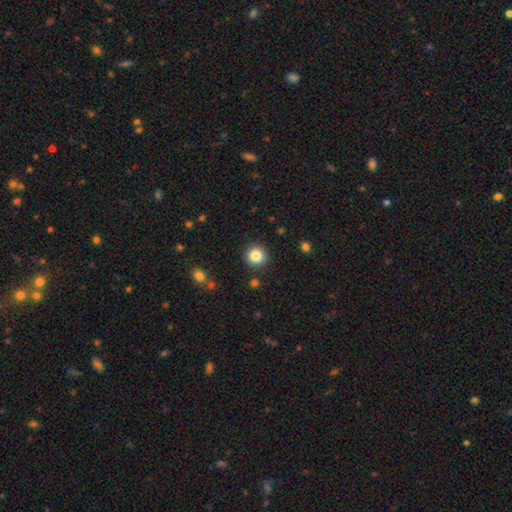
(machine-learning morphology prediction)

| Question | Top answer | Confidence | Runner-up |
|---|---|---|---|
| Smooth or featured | smooth | 84% | star or artifact (10%) |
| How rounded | round | 95% | in between (5%) |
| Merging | none | 90% | minor disturbance (6%) |